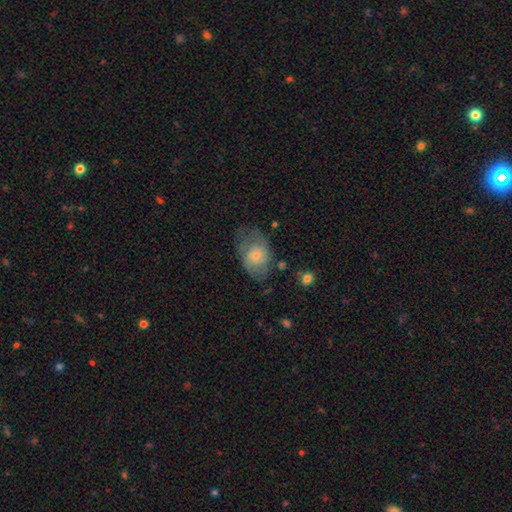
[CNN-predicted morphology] This appears to be a smooth galaxy with no disk features (47%). Merging: none (51%).